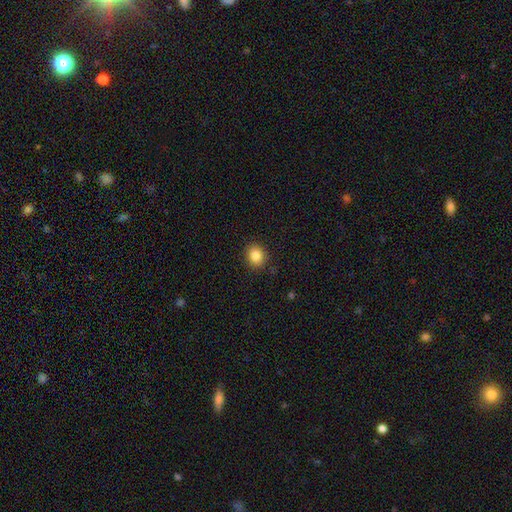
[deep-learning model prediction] This appears to be a smooth galaxy with no disk features (86%) that is round (68%). Merging: none (88%).